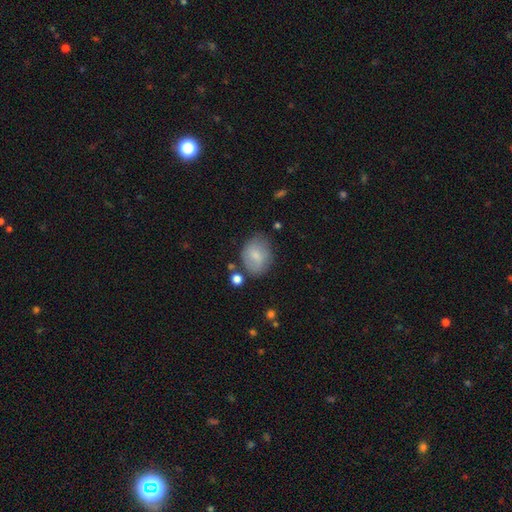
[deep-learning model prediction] A smooth galaxy with no disk features (73%) that is in between round and cigar-shaped (56%). Merging: none (68%).